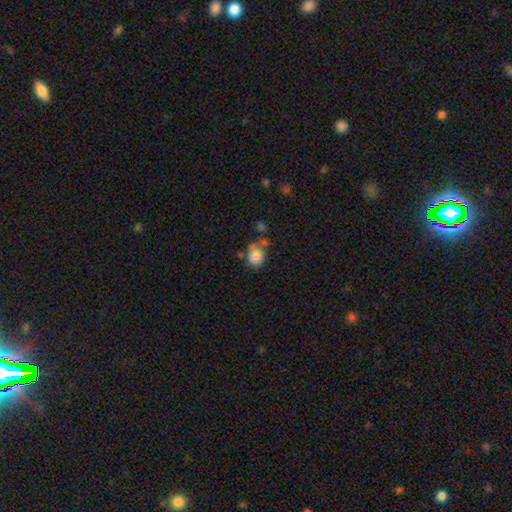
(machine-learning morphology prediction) A smooth galaxy with no disk features (80%) that is round (64%).

Vote fractions:
- Smooth or featured? smooth: 80% / featured or disk: 11% / star or artifact: 10%
- How rounded? round: 64% / in between: 35% / cigar-shaped: 1%
- Merging? none: 45% / merger: 25% / minor disturbance: 20% / major disturbance: 9%